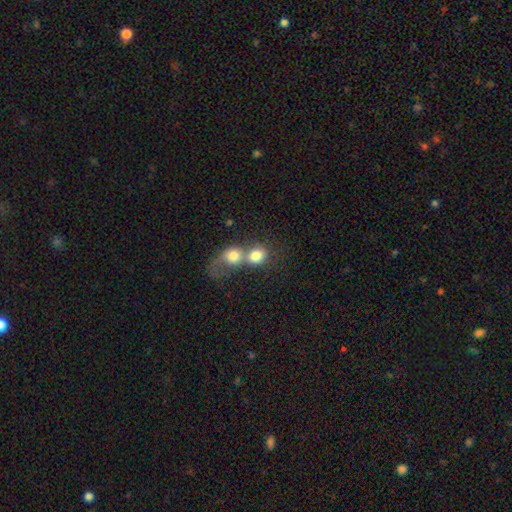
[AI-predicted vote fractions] This appears to be a smooth galaxy with no disk features (76%) that is round (68%). Merging: merger (72%).